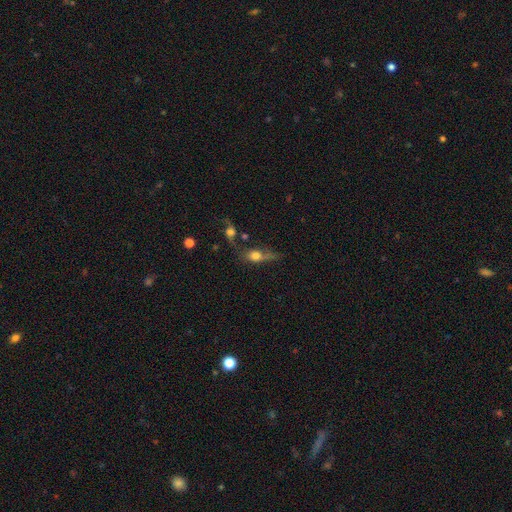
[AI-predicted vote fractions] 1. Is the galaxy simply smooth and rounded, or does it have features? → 56% smooth, 32% featured or disk, 12% star or artifact.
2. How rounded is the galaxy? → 53% in between, 28% round, 19% cigar-shaped.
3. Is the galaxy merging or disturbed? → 33% merger, 28% none, 21% major disturbance, 17% minor disturbance.